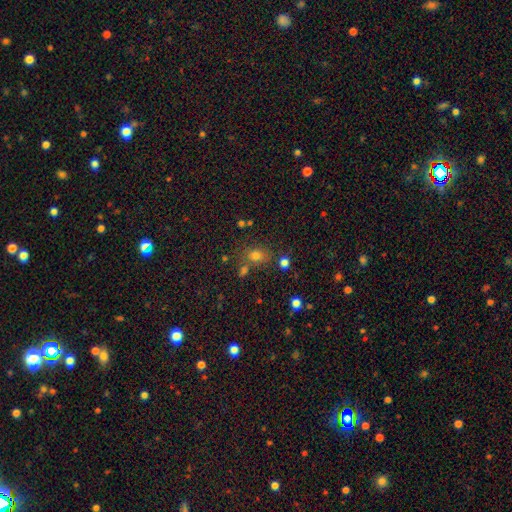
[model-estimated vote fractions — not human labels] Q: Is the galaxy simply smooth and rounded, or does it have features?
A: smooth — 67%.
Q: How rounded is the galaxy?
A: round — 52%.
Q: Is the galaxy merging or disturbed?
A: none — 72%.